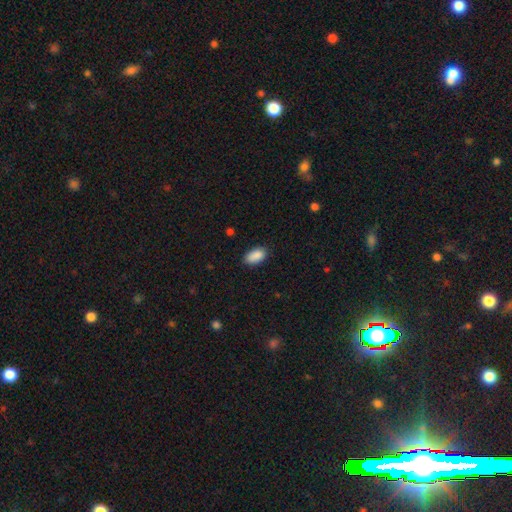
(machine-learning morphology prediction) Smooth or featured? Predicted: smooth (p=0.90). How rounded? Predicted: in between (p=0.93). Merging? Predicted: none (p=0.82).